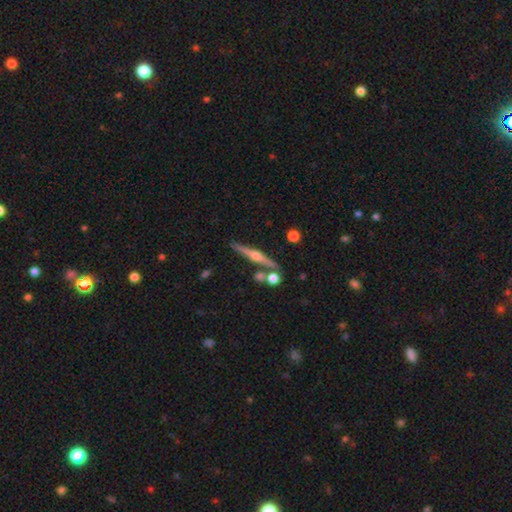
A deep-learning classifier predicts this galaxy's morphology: Q: Smooth or featured?
A: featured or disk (80%); runner-up: smooth (13%)
Q: Edge-on disk?
A: yes (98%); runner-up: no (2%)
Q: Edge-on bulge?
A: rounded (93%); runner-up: boxy (4%)
Q: Merging?
A: none (84%); runner-up: minor disturbance (8%)